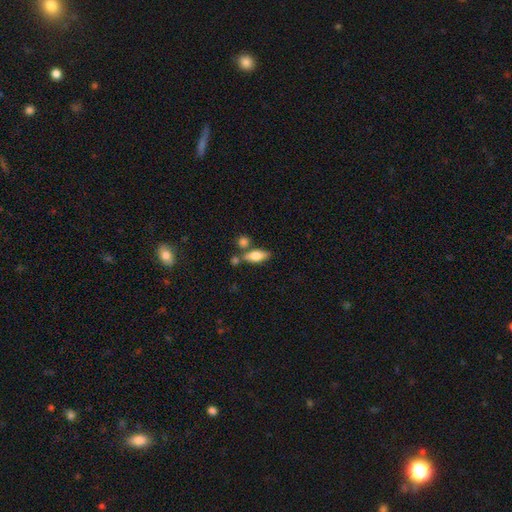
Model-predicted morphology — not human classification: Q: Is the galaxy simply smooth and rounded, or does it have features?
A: smooth — 74%.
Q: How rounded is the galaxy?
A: in between — 76%.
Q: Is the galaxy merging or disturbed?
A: none — 64%.